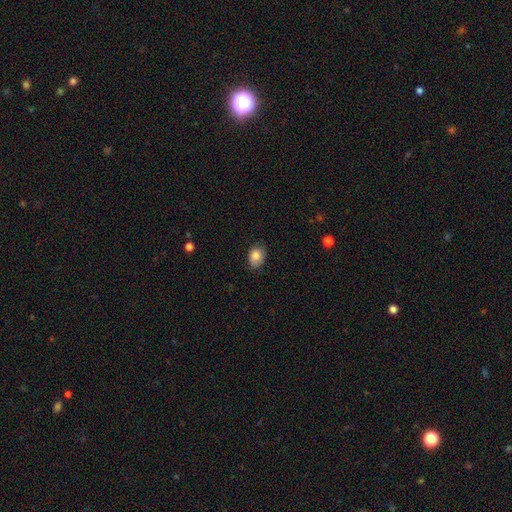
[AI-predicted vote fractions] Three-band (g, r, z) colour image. It shows a smooth galaxy with no disk features (83%) that is in between round and cigar-shaped (72%). Merging: none (77%).